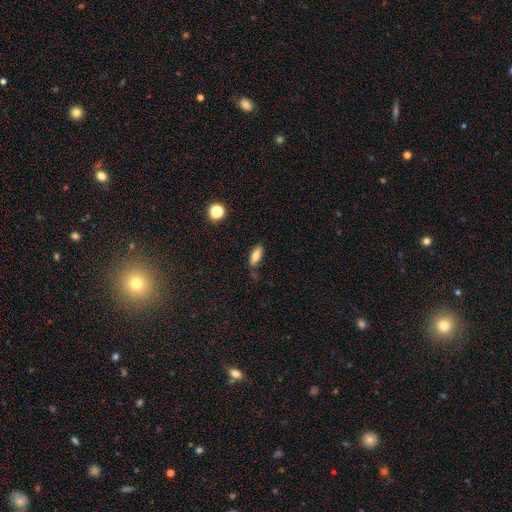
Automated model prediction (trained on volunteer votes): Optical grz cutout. It shows a smooth galaxy with no disk features (80%) that is in between round and cigar-shaped (74%). Merging: none (73%).